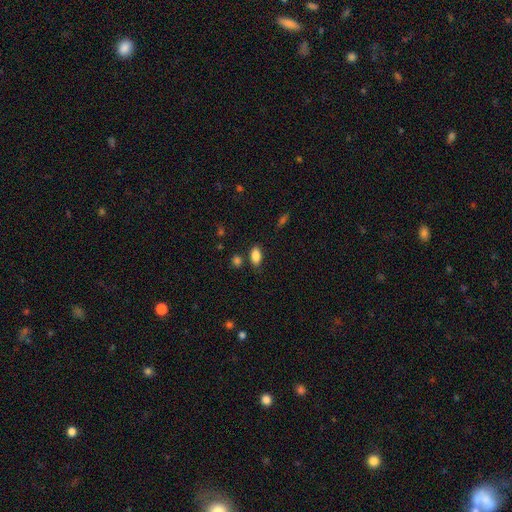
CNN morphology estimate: The model was most divided on "merging": none: 82%, minor disturbance: 12%, merger: 4%, major disturbance: 3%. More confident: how rounded — in between (90%); smooth or featured — smooth (87%).